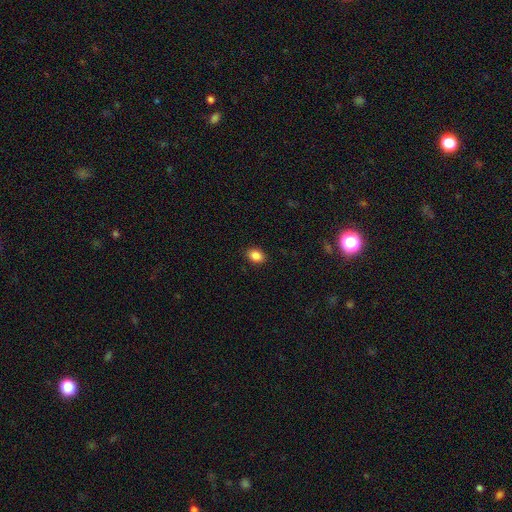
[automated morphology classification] type=smooth (87%); roundness=in between (70%); merging=none (90%).